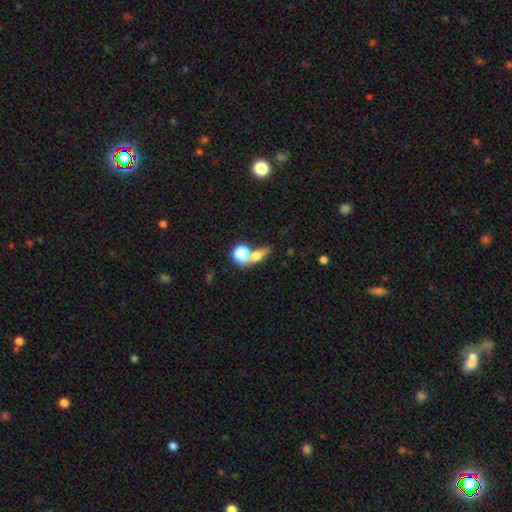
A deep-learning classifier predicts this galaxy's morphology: Smooth or featured? smooth (63%)
How rounded? in between (46%)
Merging? none (44%)